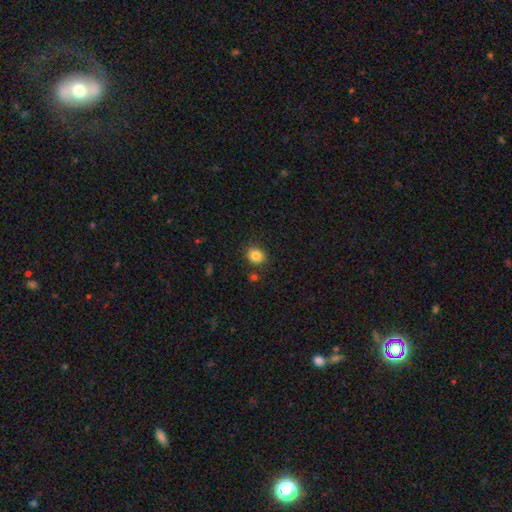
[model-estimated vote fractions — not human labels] smooth_or_featured: smooth (p=0.84) [alt: star or artifact p=0.10]
how_rounded: round (p=0.73) [alt: in between p=0.26]
merging: none (p=0.83) [alt: minor disturbance p=0.10]